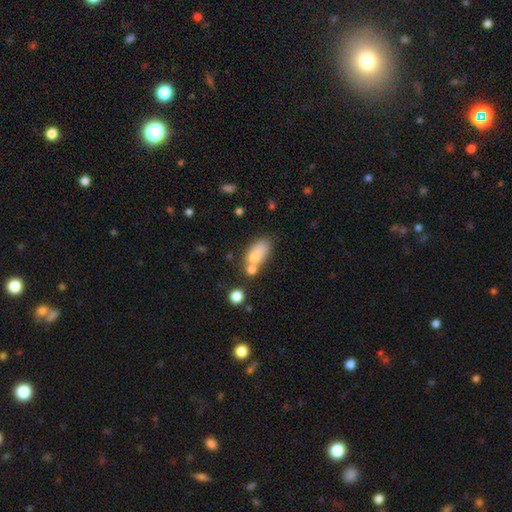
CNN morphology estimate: smooth_or_featured: smooth (p=0.73) [alt: featured or disk p=0.17]
how_rounded: in between (p=0.84) [alt: round p=0.10]
merging: none (p=0.38) [alt: merger p=0.36]